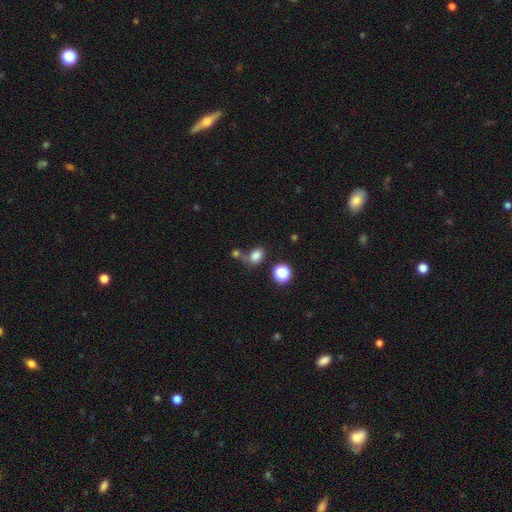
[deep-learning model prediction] Smooth or featured: smooth — 80% (star or artifact — 14%)
How rounded: in between — 62% (round — 37%)
Merging: none — 56% (merger — 21%)